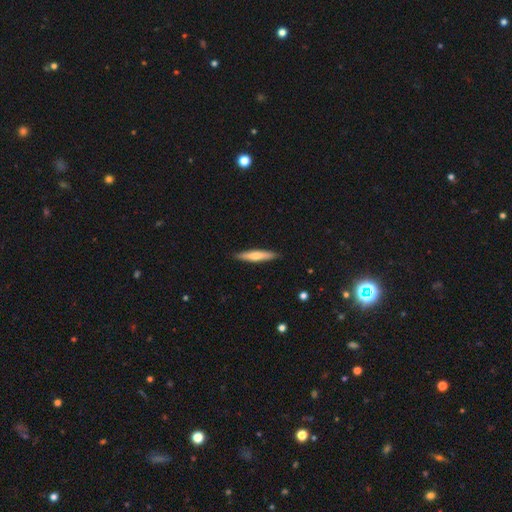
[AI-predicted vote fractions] Smooth or featured?
  - smooth: 58% *
  - featured or disk: 36%
  - star or artifact: 5%
How rounded?
  - cigar-shaped: 89% *
  - in between: 10%
  - round: 1%
Merging?
  - none: 89% *
  - minor disturbance: 8%
  - major disturbance: 2%
  - merger: 1%